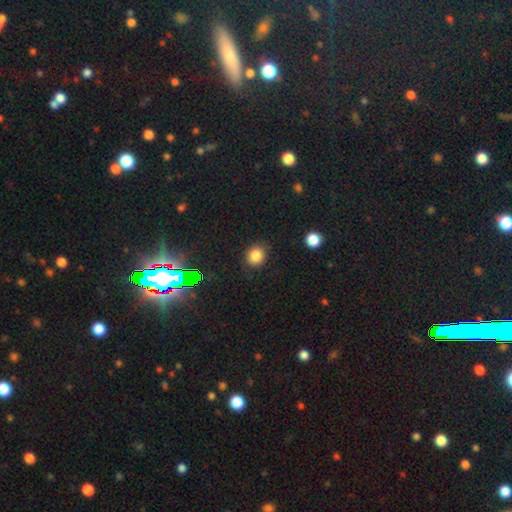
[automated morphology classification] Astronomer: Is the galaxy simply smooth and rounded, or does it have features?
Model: smooth — 83%.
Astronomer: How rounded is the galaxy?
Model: round — 76%.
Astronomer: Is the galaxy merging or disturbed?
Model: none — 84%.